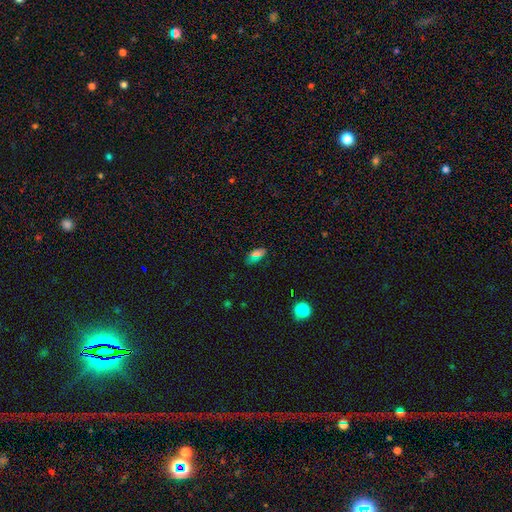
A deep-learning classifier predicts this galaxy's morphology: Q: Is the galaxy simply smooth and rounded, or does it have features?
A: smooth — 66%.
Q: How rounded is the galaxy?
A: in between — 84%.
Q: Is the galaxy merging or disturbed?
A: none — 82%.